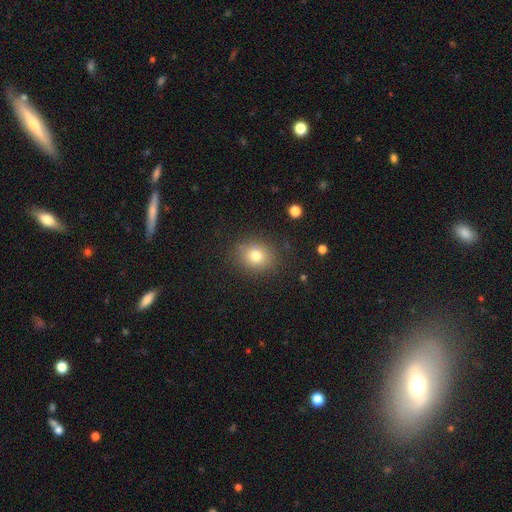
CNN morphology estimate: smooth 77%, star or artifact 13%, featured or disk 10%. Down the decision tree: how rounded — round (67%); merging — none (84%).